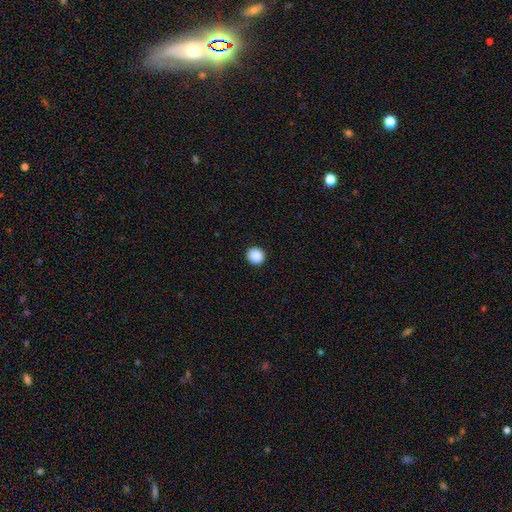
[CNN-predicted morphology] smooth_or_featured: smooth (p=0.89) [alt: star or artifact p=0.09]
how_rounded: round (p=0.93) [alt: in between p=0.06]
merging: none (p=0.93) [alt: minor disturbance p=0.04]